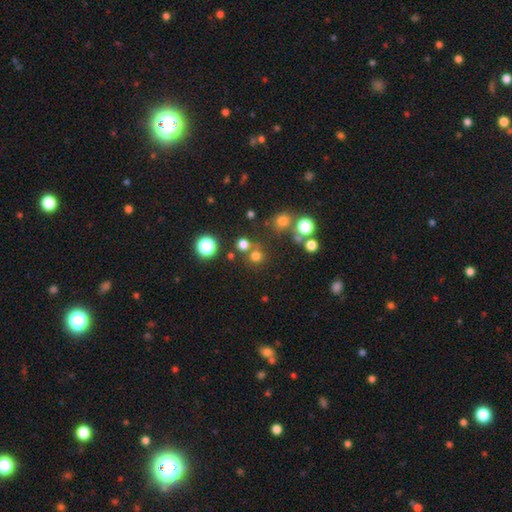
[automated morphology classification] Smooth or featured: smooth — 70% (star or artifact — 23%)
How rounded: round — 92% (in between — 7%)
Merging: none — 73% (merger — 15%)